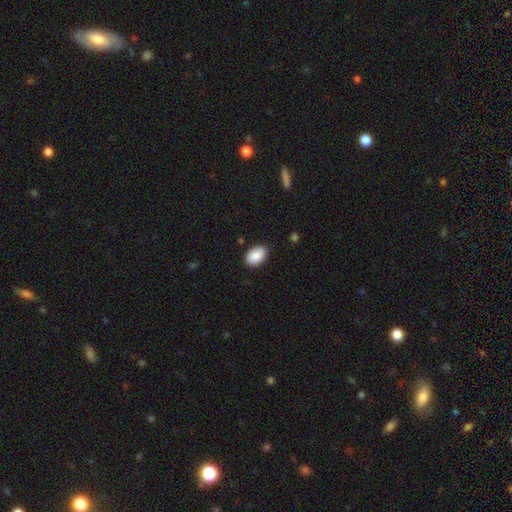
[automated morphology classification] Smooth or featured?
  - smooth: 89% *
  - star or artifact: 6%
  - featured or disk: 4%
How rounded?
  - in between: 89% *
  - round: 10%
  - cigar-shaped: 1%
Merging?
  - none: 87% *
  - minor disturbance: 10%
  - major disturbance: 2%
  - merger: 1%